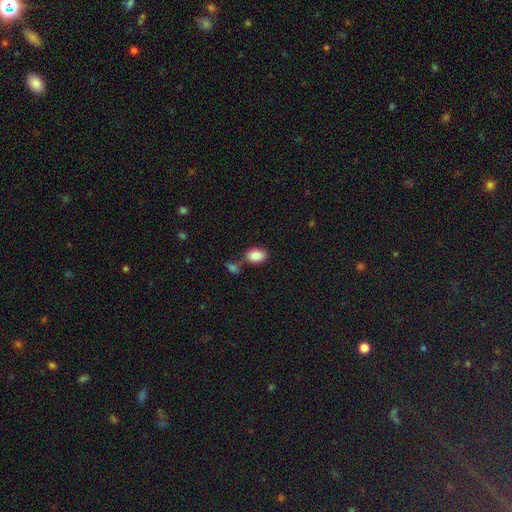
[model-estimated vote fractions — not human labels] A smooth galaxy with no disk features (87%) that is in between round and cigar-shaped (85%).

Vote fractions:
- Smooth or featured? smooth: 87% / star or artifact: 7% / featured or disk: 5%
- How rounded? in between: 85% / round: 14% / cigar-shaped: 1%
- Merging? none: 64% / merger: 18% / minor disturbance: 14% / major disturbance: 4%